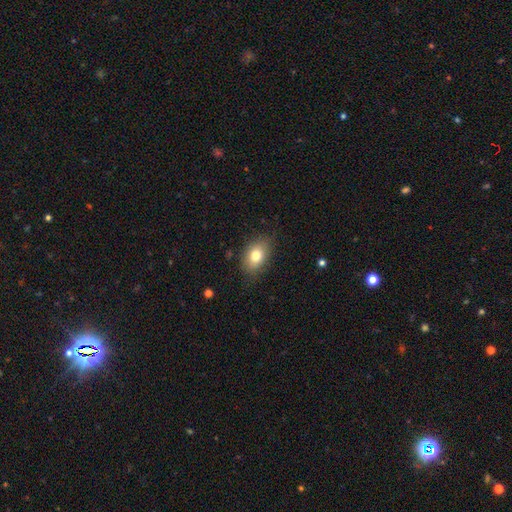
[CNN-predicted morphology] type=smooth (78%); roundness=in between (81%); merging=none (79%).